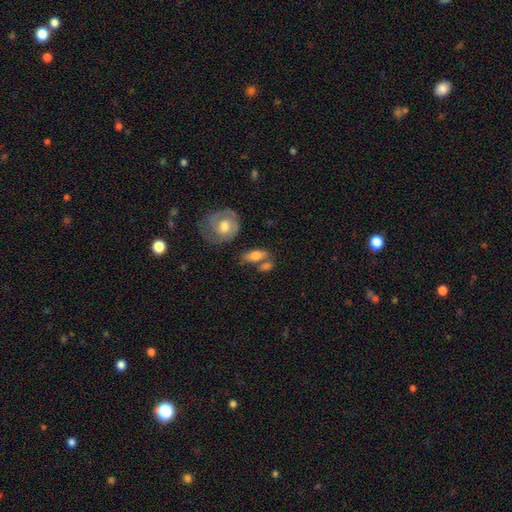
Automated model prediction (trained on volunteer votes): smooth 69%, featured or disk 24%, star or artifact 7%. Down the decision tree: how rounded — in between (78%); merging — none (53%).